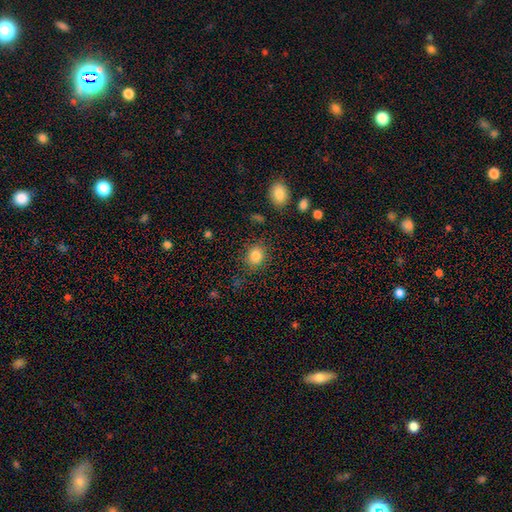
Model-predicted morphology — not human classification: smooth-or-featured: smooth: 84% | star or artifact: 10% | featured or disk: 6%
  how-rounded: round: 76% | in between: 23% | cigar-shaped: 1%
  merging: none: 84% | minor disturbance: 10% | major disturbance: 4% | merger: 2%